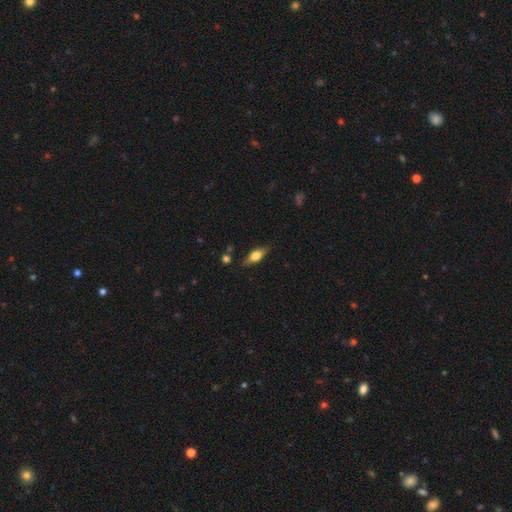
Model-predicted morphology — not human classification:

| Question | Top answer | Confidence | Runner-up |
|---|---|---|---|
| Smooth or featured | smooth | 49% | featured or disk (44%) |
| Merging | none | 82% | minor disturbance (13%) |